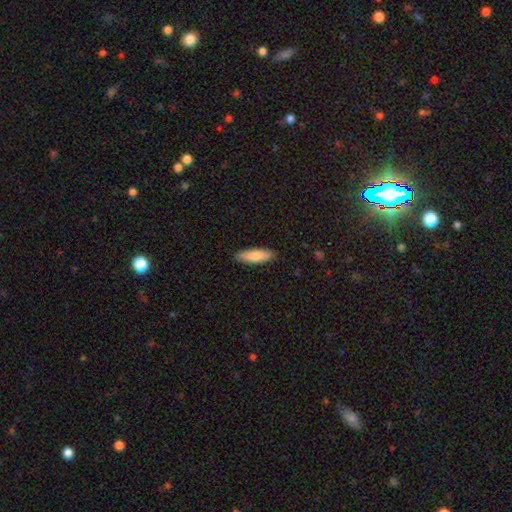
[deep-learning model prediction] Overall: smooth (83%). How rounded: cigar-shaped (50%; in between 49%). Merging: none (89%).